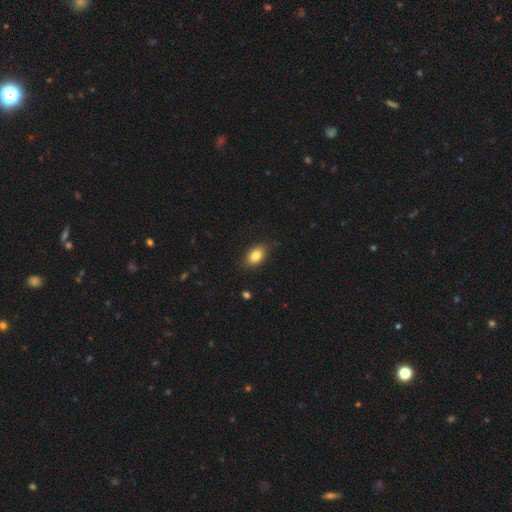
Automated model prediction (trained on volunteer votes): Smooth or featured?
  - smooth: 83% *
  - featured or disk: 9%
  - star or artifact: 8%
How rounded?
  - in between: 85% *
  - round: 13%
  - cigar-shaped: 2%
Merging?
  - none: 84% *
  - minor disturbance: 13%
  - major disturbance: 3%
  - merger: 1%